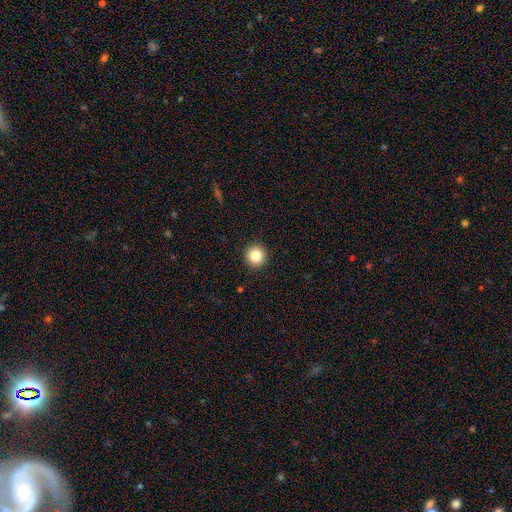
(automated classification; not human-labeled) Smooth or featured? smooth (84%)
How rounded? round (95%)
Merging? none (93%)